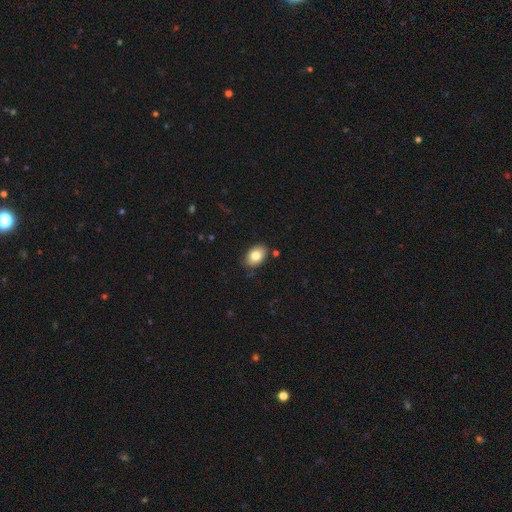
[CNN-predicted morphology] Overall: smooth (80%). How rounded: in between (85%). Merging: none (85%).